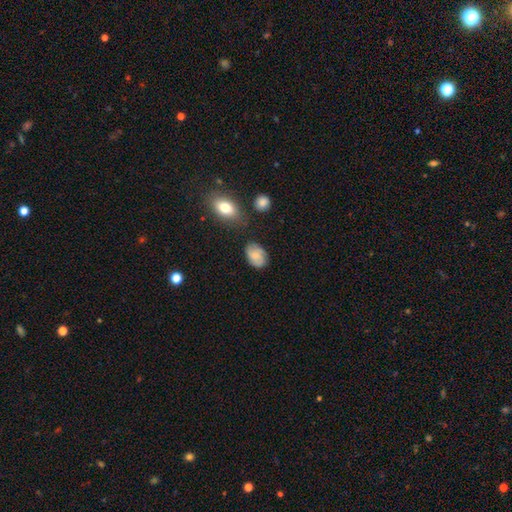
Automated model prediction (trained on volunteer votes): Smooth or featured: smooth — 75% (featured or disk — 17%)
How rounded: in between — 85% (round — 14%)
Merging: none — 69% (minor disturbance — 22%)